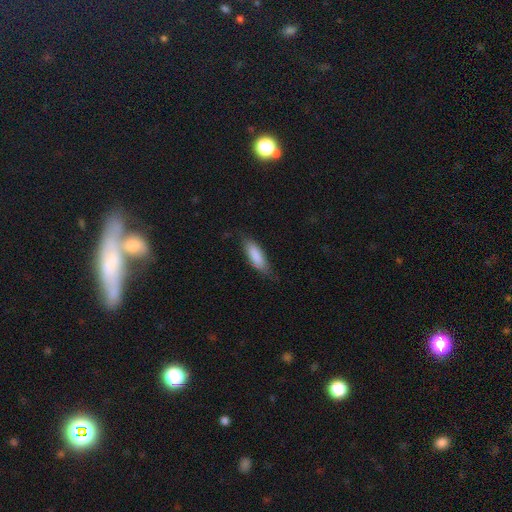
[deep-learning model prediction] A smooth galaxy with no disk features (85%) that is in between round and cigar-shaped (59%).

Vote fractions:
- Smooth or featured? smooth: 85% / featured or disk: 10% / star or artifact: 5%
- How rounded? in between: 59% / cigar-shaped: 40% / round: 2%
- Merging? none: 73% / minor disturbance: 20% / major disturbance: 5% / merger: 1%